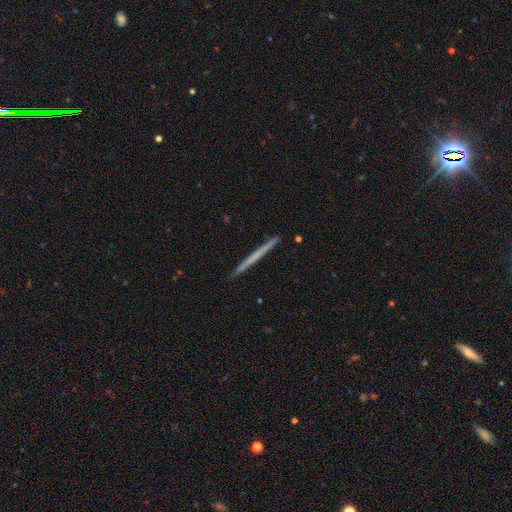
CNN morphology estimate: Smooth or featured? Predicted: smooth (p=0.49). Merging? Predicted: none (p=0.92).